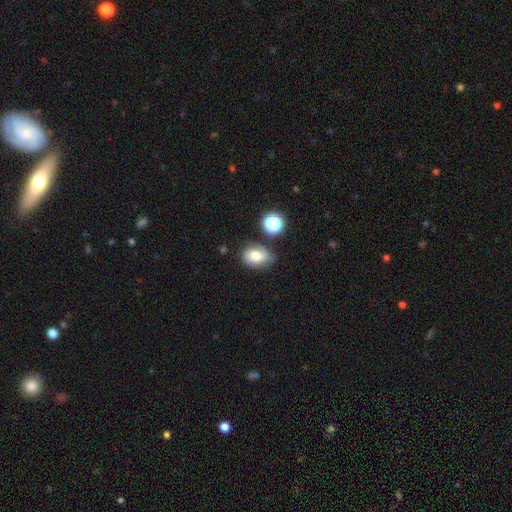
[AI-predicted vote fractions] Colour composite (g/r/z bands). It shows a smooth galaxy with no disk features (59%) that is in between round and cigar-shaped (71%). Merging: none (55%).